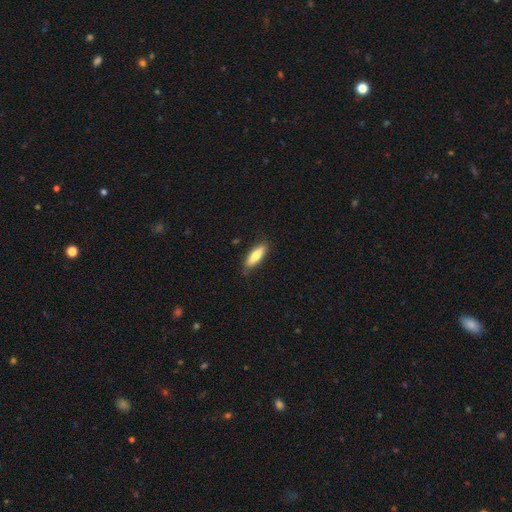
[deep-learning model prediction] smooth_or_featured: smooth (p=0.73) [alt: featured or disk p=0.21]
how_rounded: cigar-shaped (p=0.53) [alt: in between p=0.45]
merging: none (p=0.84) [alt: minor disturbance p=0.13]